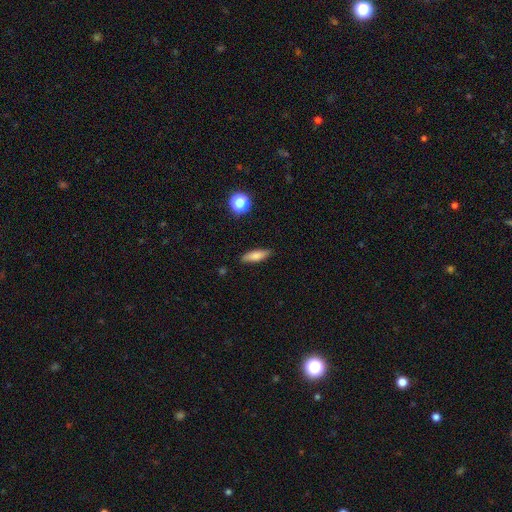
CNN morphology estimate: smooth 76%, featured or disk 15%, star or artifact 8%. Down the decision tree: how rounded — cigar-shaped (51%); merging — none (87%).